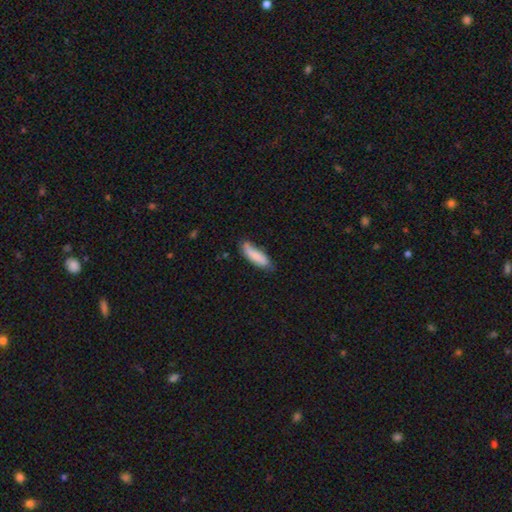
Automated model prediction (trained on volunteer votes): Overall: smooth (82%). How rounded: cigar-shaped (50%; in between 49%). Merging: none (60%; minor disturbance 30%).